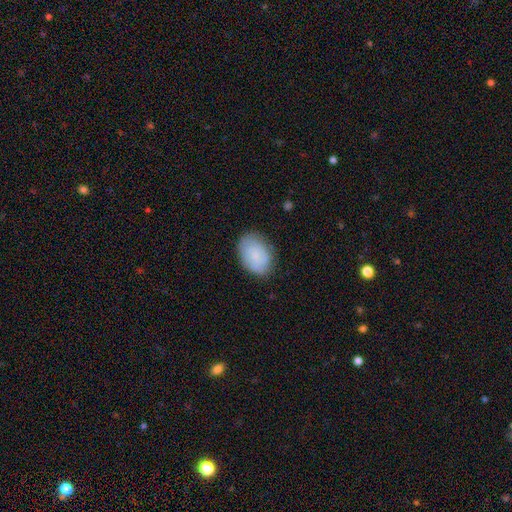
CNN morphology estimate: Smooth or featured?
  - smooth: 72% *
  - featured or disk: 21%
  - star or artifact: 7%
How rounded?
  - in between: 81% *
  - round: 18%
  - cigar-shaped: 1%
Merging?
  - none: 78% *
  - minor disturbance: 17%
  - major disturbance: 4%
  - merger: 1%